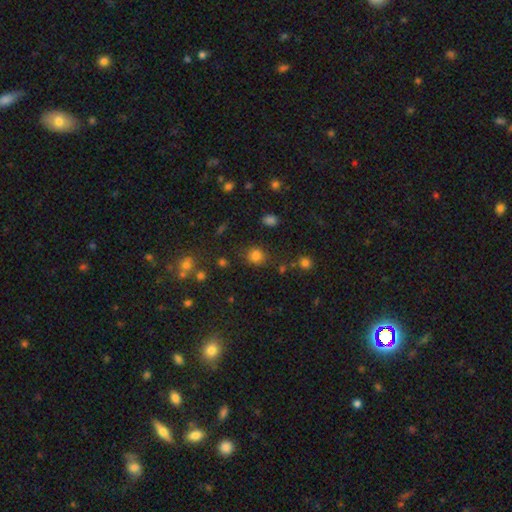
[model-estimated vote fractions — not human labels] Smooth or featured? smooth (77%)
How rounded? round (76%)
Merging? none (74%)